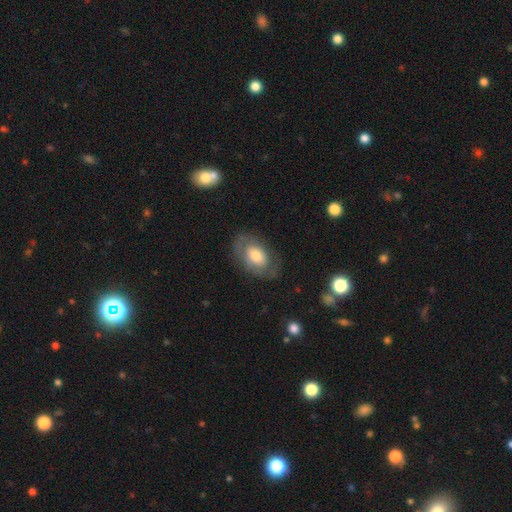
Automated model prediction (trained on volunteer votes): smooth 49%, featured or disk 44%, star or artifact 7%. Down the decision tree: merging — none (72%).